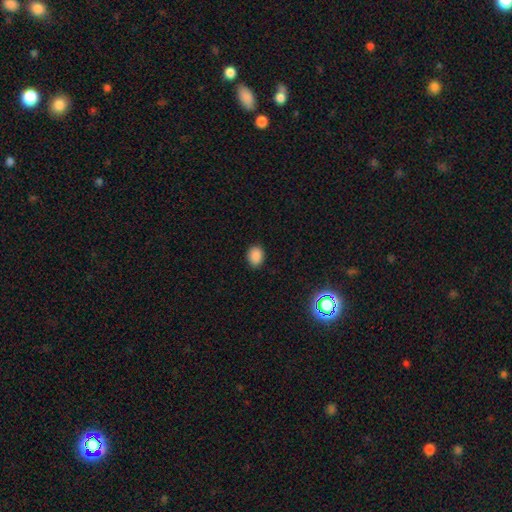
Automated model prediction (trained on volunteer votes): smooth_or_featured: smooth (p=0.87) [alt: star or artifact p=0.10]
how_rounded: in between (p=0.55) [alt: round p=0.44]
merging: none (p=0.88) [alt: minor disturbance p=0.09]